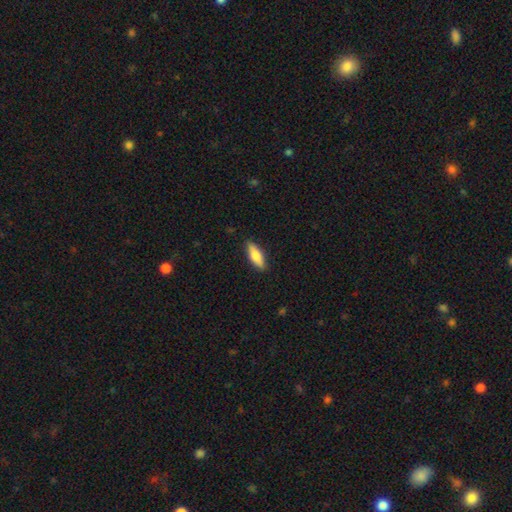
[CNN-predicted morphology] smooth 74%, featured or disk 20%, star or artifact 6%. Down the decision tree: how rounded — in between (60%); merging — none (87%).